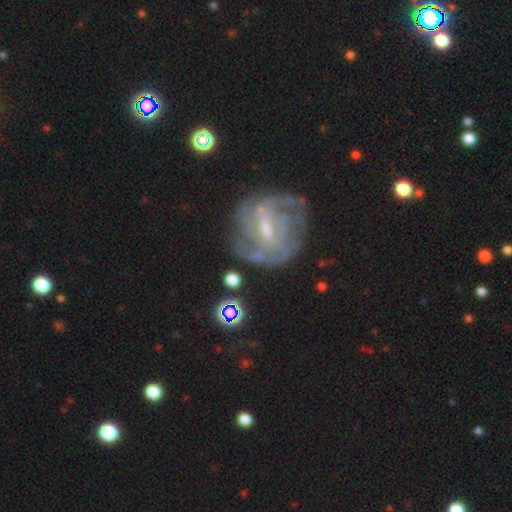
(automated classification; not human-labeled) This appears to be a featured or disk galaxy (81%) with a weak bar (55%), tight (52%) spiral arms (84%) and a small central bulge (47%). Merging: none (62%).